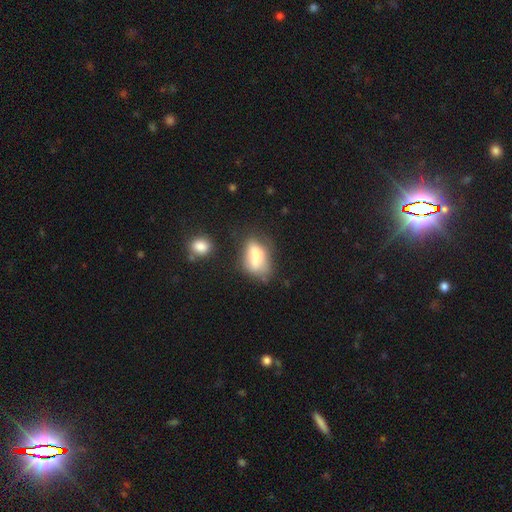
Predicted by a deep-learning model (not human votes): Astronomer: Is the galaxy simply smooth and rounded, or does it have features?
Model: smooth — 64%.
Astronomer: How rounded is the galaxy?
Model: in between — 83%.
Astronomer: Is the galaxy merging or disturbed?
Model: none — 33% (runner-up: merger, 29%).